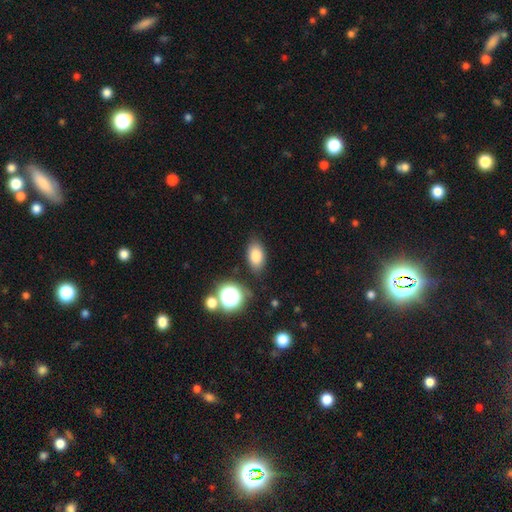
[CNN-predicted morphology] type=smooth (80%); roundness=in between (88%); merging=none (82%).